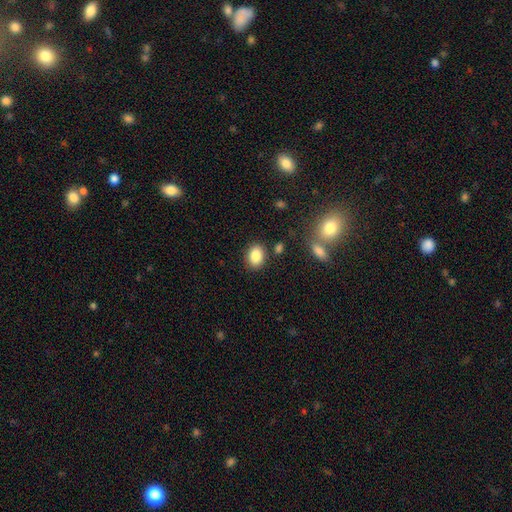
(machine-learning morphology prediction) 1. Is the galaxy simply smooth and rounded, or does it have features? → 86% smooth, 9% star or artifact, 6% featured or disk.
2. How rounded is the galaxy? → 69% in between, 30% round, 1% cigar-shaped.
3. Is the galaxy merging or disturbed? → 83% none, 10% minor disturbance, 4% merger, 3% major disturbance.